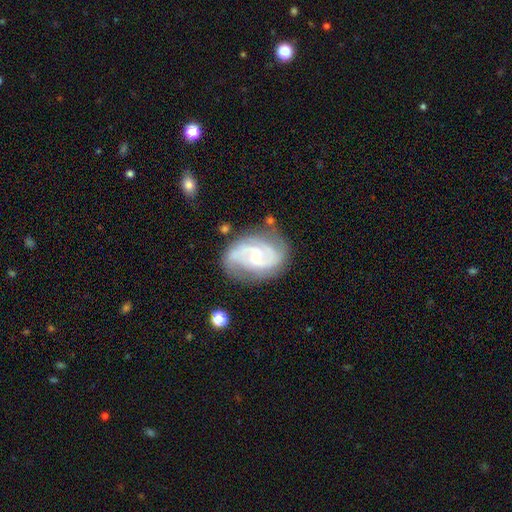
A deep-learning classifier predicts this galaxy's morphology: type=featured or disk (84%); edge-on=no (97%); bar=no (49%); spiral arms=yes (95%); winding=medium (49%); arm count=2 (71%); bulge=small (63%); merging=none (67%).